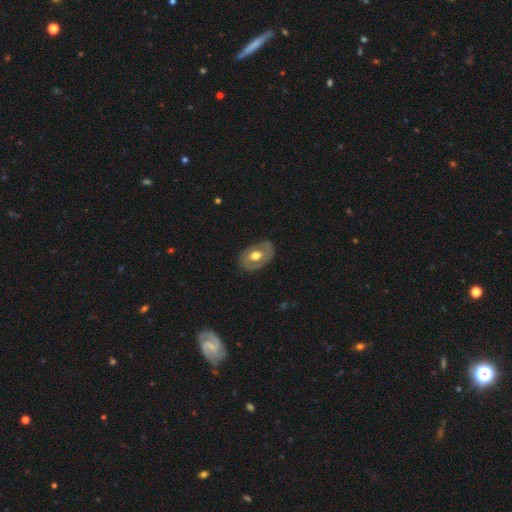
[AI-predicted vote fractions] Smooth or featured?
  - featured or disk: 54% *
  - smooth: 40%
  - star or artifact: 6%
Edge-on disk?
  - no: 92% *
  - yes: 8%
Merging?
  - none: 74% *
  - minor disturbance: 19%
  - major disturbance: 6%
  - merger: 1%